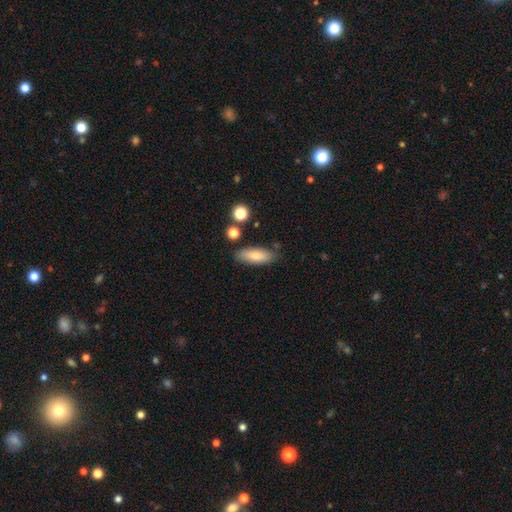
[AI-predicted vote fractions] The model was most divided on "how rounded": in between: 69%, cigar-shaped: 29%, round: 2%. More confident: merging — none (80%); smooth or featured — smooth (78%).